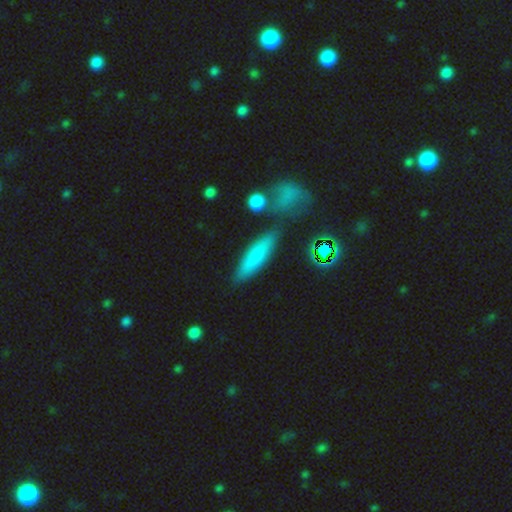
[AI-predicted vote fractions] Smooth or featured: smooth — 74% (featured or disk — 15%)
How rounded: cigar-shaped — 69% (in between — 28%)
Merging: none — 78% (minor disturbance — 12%)